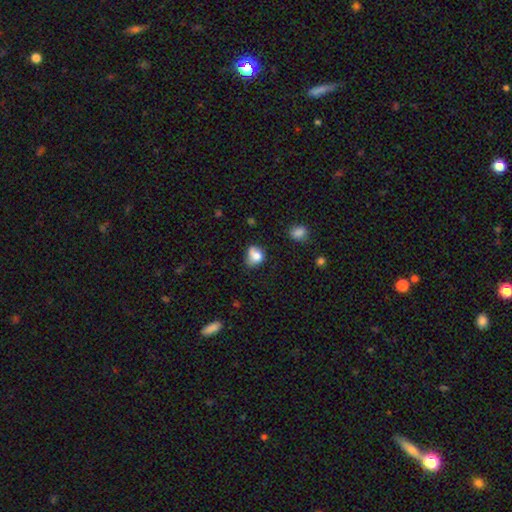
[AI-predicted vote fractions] Overall: smooth (75%). How rounded: round (53%; in between 46%). Merging: none (38%; minor disturbance 32%).